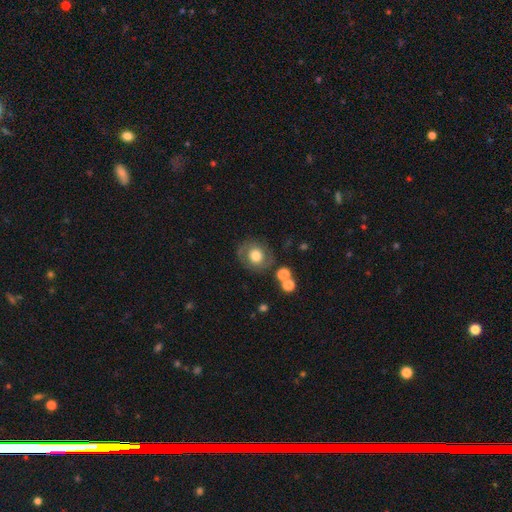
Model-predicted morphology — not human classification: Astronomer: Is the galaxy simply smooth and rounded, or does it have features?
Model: smooth — 54% (runner-up: featured or disk, 36%).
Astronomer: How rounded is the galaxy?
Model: round — 77%.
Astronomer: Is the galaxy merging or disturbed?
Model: none — 76%.